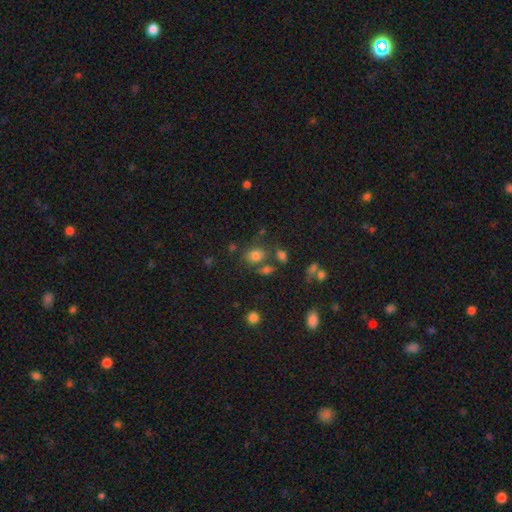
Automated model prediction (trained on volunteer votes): smooth-or-featured: smooth: 77% | star or artifact: 14% | featured or disk: 9%
  how-rounded: in between: 55% | round: 44% | cigar-shaped: 1%
  merging: none: 64% | merger: 16% | minor disturbance: 14% | major disturbance: 6%